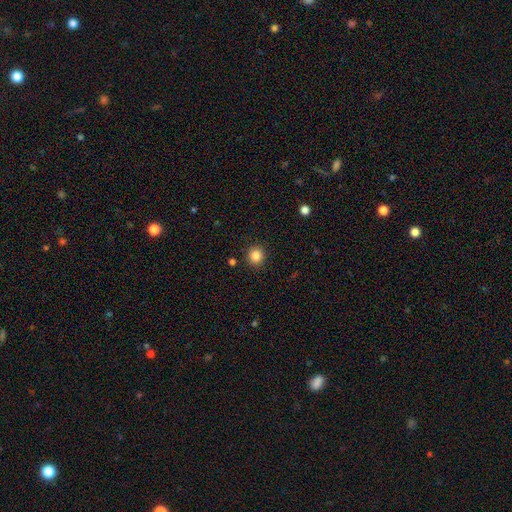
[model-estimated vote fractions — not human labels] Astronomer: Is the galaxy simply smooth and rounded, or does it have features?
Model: smooth — 85%.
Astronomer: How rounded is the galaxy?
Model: round — 92%.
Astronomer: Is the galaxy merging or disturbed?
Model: none — 91%.